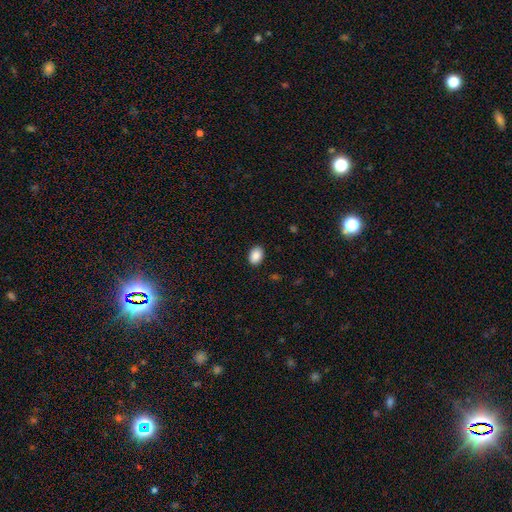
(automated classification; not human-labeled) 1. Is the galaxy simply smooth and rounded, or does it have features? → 89% smooth, 8% star or artifact, 3% featured or disk.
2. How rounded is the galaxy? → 80% in between, 19% round, 1% cigar-shaped.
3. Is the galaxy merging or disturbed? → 90% none, 7% minor disturbance, 2% major disturbance, 1% merger.